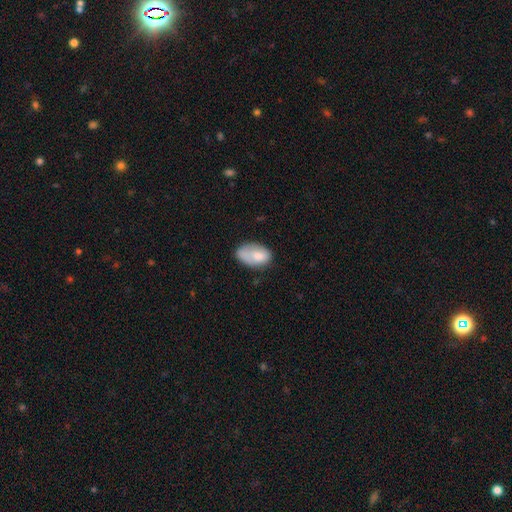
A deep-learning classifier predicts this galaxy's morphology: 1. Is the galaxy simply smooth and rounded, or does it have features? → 76% smooth, 16% featured or disk, 7% star or artifact.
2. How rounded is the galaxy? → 90% in between, 9% round, 1% cigar-shaped.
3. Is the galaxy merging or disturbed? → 44% none, 32% minor disturbance, 15% major disturbance, 9% merger.